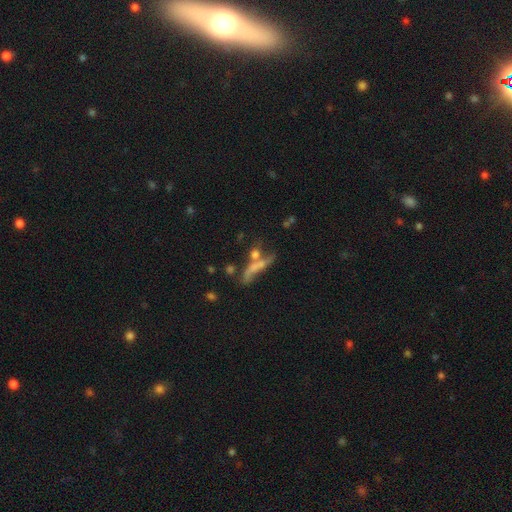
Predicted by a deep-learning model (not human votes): A smooth galaxy with no disk features (43%).

Vote fractions:
- Smooth or featured? smooth: 43% / featured or disk: 40% / star or artifact: 17%
- Merging? merger: 36% / none: 32% / major disturbance: 18% / minor disturbance: 14%